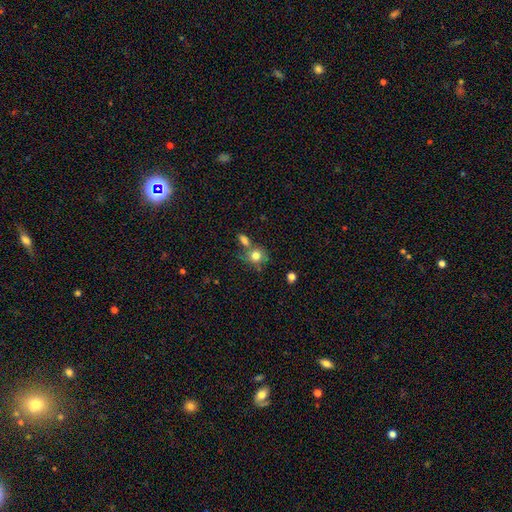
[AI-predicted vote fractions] Overall: smooth (80%). How rounded: round (77%). Merging: none (53%; merger 28%).